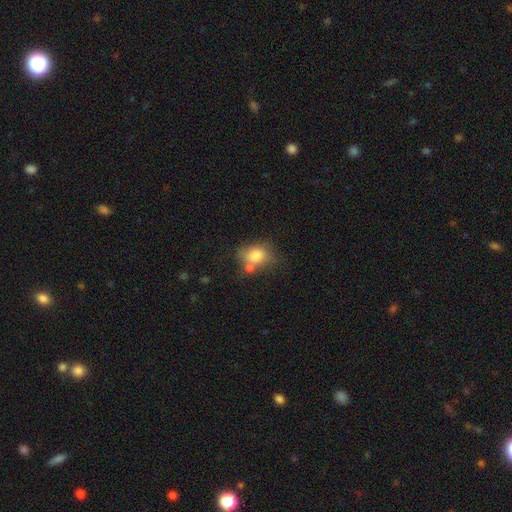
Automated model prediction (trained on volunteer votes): smooth-or-featured: smooth: 79% | featured or disk: 12% | star or artifact: 9%
  how-rounded: in between: 53% | round: 45% | cigar-shaped: 1%
  merging: none: 51% | merger: 22% | minor disturbance: 21% | major disturbance: 7%